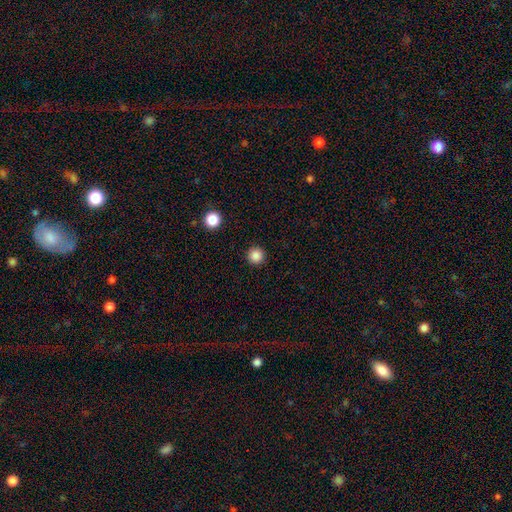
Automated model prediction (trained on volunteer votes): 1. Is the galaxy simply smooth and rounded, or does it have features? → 86% smooth, 11% star or artifact, 3% featured or disk.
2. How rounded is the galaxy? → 96% round, 3% in between, 1% cigar-shaped.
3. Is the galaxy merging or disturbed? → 93% none, 4% minor disturbance, 2% major disturbance, 1% merger.